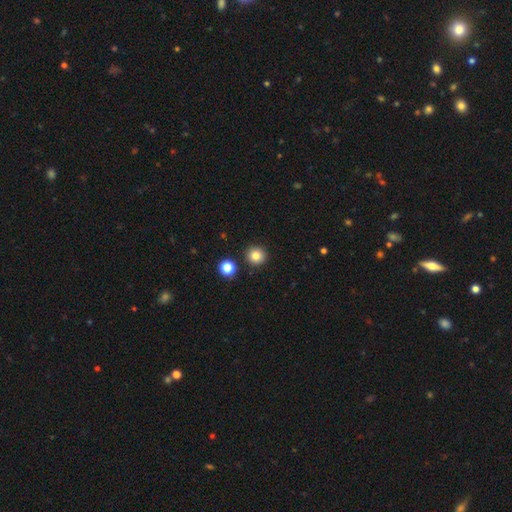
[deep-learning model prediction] Q: Smooth or featured?
A: smooth (83%); runner-up: star or artifact (11%)
Q: How rounded?
A: round (93%); runner-up: in between (6%)
Q: Merging?
A: none (91%); runner-up: minor disturbance (5%)